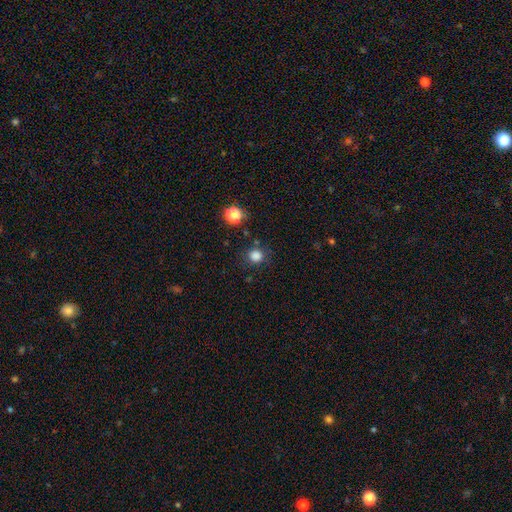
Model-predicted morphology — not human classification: A smooth galaxy with no disk features (82%) that is round (87%).

Vote fractions:
- Smooth or featured? smooth: 82% / star or artifact: 14% / featured or disk: 4%
- How rounded? round: 87% / in between: 12% / cigar-shaped: 1%
- Merging? none: 79% / minor disturbance: 12% / major disturbance: 5% / merger: 4%